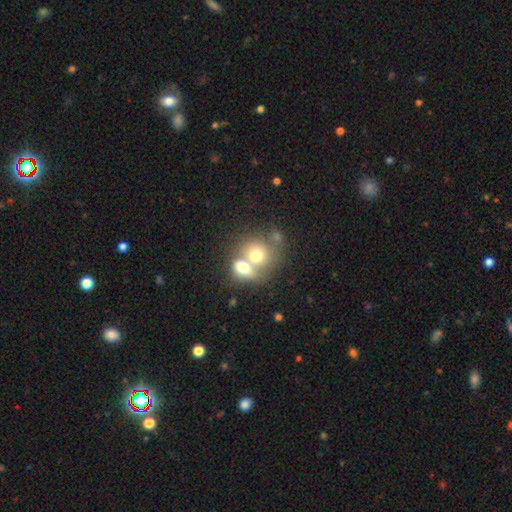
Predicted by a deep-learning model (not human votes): Smooth or featured?
  - smooth: 67% *
  - featured or disk: 23%
  - star or artifact: 10%
How rounded?
  - round: 69% *
  - in between: 30%
  - cigar-shaped: 1%
Merging?
  - merger: 69% *
  - none: 21%
  - minor disturbance: 6%
  - major disturbance: 4%